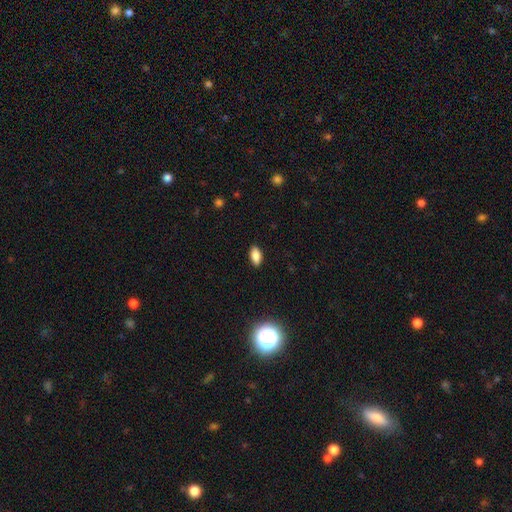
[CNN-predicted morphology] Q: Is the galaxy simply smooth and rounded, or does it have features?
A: smooth — 83%.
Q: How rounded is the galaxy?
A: in between — 89%.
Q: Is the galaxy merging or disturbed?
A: none — 89%.